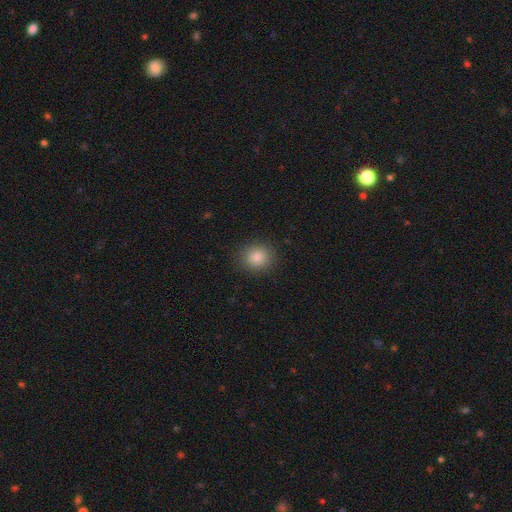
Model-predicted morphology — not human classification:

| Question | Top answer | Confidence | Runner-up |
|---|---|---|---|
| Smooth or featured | smooth | 85% | star or artifact (10%) |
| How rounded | round | 78% | in between (21%) |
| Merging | none | 89% | minor disturbance (7%) |